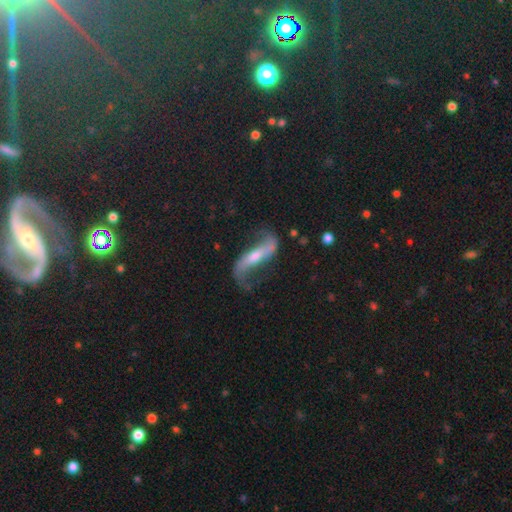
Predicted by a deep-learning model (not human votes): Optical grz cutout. It shows a featured or disk galaxy (84%) with a strong bar (47%), 2 (91%) loose (87%) spiral arms (94%) and a moderate central bulge (46%). Merging: none (65%).